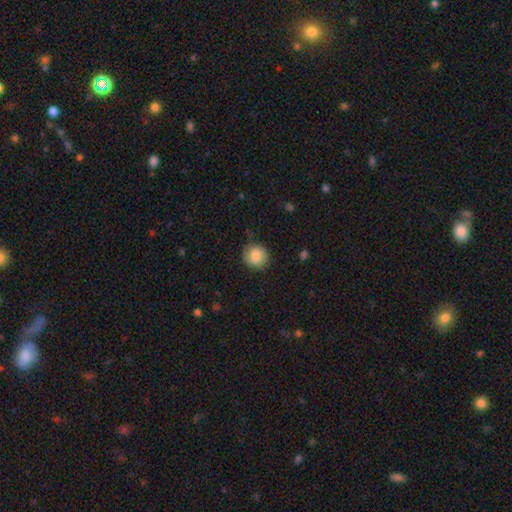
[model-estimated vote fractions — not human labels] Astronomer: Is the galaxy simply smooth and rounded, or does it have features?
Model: smooth — 84%.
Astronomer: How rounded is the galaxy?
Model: round — 85%.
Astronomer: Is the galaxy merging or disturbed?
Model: none — 80%.